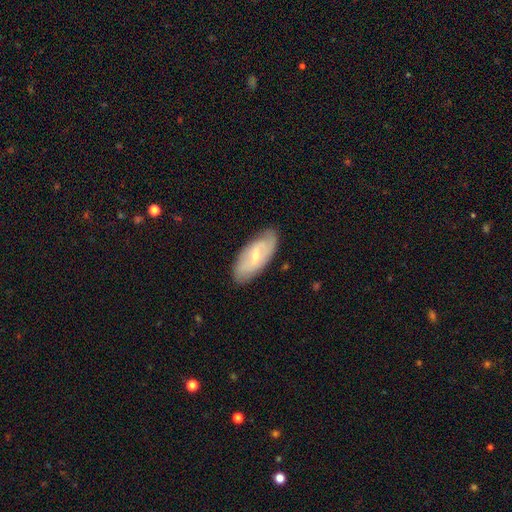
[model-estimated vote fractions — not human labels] A featured or disk galaxy (55%).

Vote fractions:
- Smooth or featured? featured or disk: 55% / smooth: 39% / star or artifact: 6%
- Edge-on disk? no: 88% / yes: 12%
- Merging? none: 78% / minor disturbance: 17% / major disturbance: 4% / merger: 1%